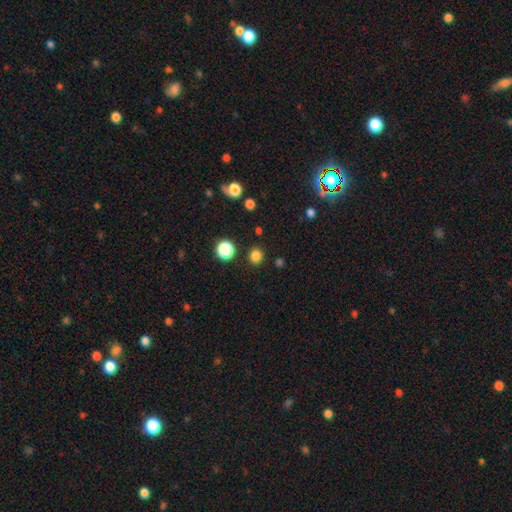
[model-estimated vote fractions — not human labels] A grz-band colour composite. It shows a smooth galaxy with no disk features (81%) that is round (87%). Merging: none (90%).